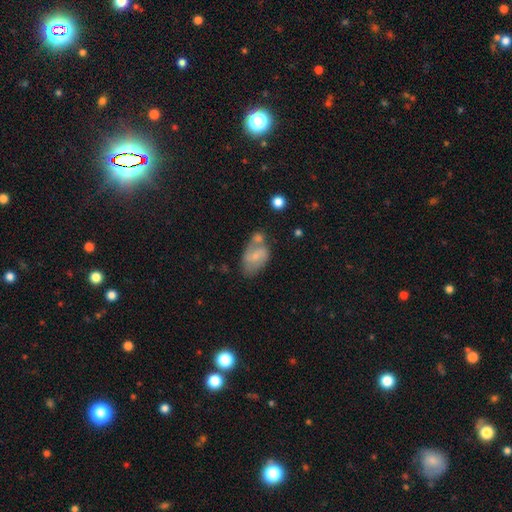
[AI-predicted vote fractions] Smooth or featured? Predicted: featured or disk (p=0.48). Merging? Predicted: merger (p=0.37).